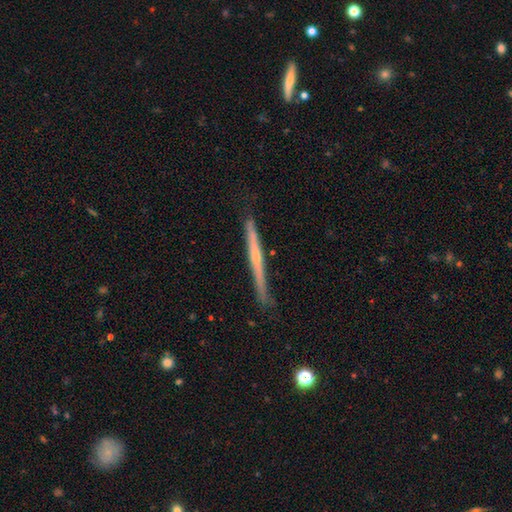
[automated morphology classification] smooth-or-featured: featured or disk: 66% | smooth: 28% | star or artifact: 6%
  disk-edge-on: yes: 97% | no: 3%
    edge-on-bulge: none: 49% | rounded: 45% | boxy: 5%
  merging: none: 83% | minor disturbance: 14% | major disturbance: 2% | merger: 2%